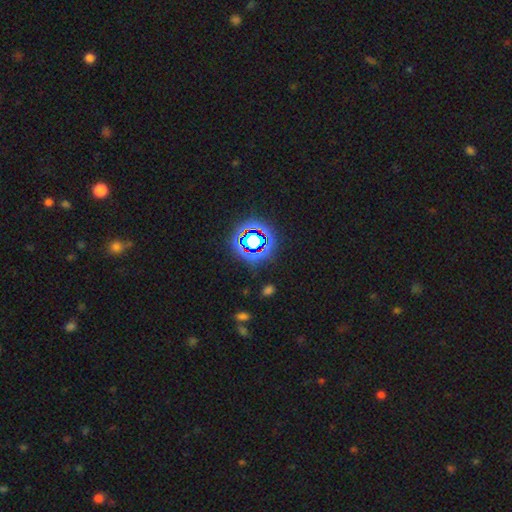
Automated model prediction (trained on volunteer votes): A star or artifact, not a galaxy (80%).